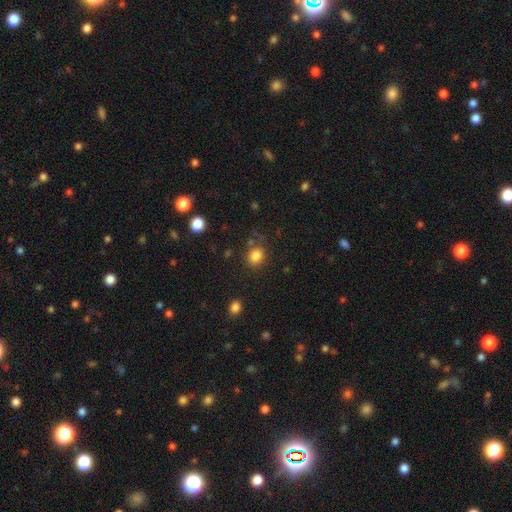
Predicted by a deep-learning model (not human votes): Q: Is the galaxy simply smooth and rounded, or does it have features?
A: smooth — 83%.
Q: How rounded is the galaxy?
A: round — 65%.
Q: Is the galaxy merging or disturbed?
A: none — 78%.